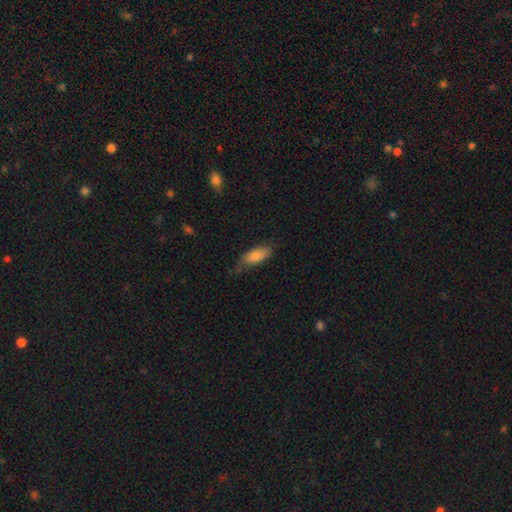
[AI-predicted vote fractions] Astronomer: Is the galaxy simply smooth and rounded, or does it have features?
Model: smooth — 79%.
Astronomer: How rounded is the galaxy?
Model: in between — 78%.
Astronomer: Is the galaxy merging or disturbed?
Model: none — 60%.